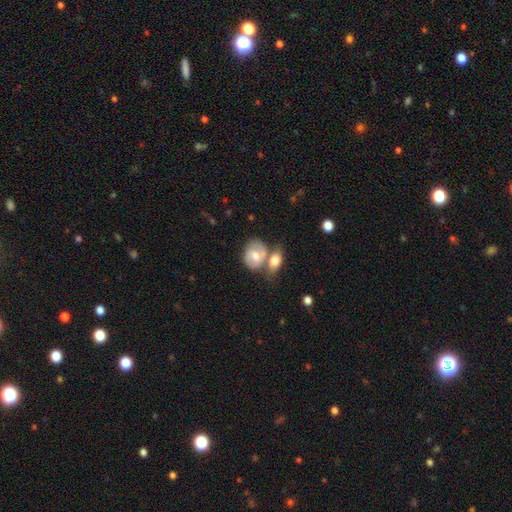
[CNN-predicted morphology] smooth 52%, featured or disk 42%, star or artifact 6%. Down the decision tree: how rounded — in between (58%); merging — merger (47%).